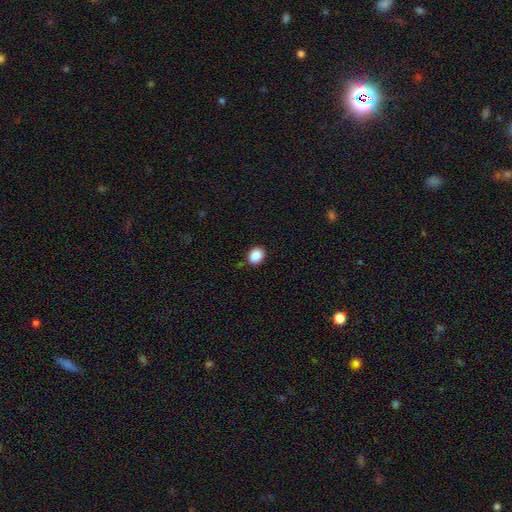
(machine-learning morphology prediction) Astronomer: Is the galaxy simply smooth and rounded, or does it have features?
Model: smooth — 88%.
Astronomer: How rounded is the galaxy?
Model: round — 58% (runner-up: in between, 41%).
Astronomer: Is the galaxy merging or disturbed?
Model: none — 79%.